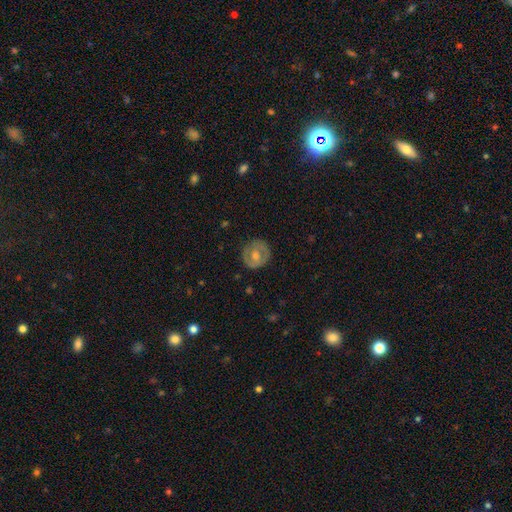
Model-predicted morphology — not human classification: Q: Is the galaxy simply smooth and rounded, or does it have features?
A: featured or disk — 48%.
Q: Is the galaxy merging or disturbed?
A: none — 82%.